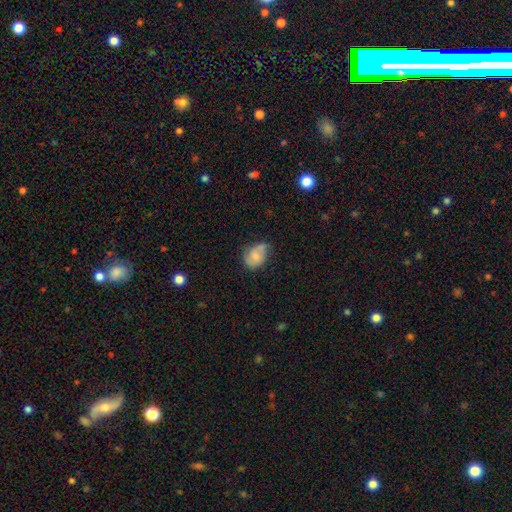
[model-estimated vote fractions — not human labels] The model was most divided on "merging": none: 45%, minor disturbance: 36%, major disturbance: 14%, merger: 4%. More confident: how rounded — in between (68%); smooth or featured — smooth (56%).